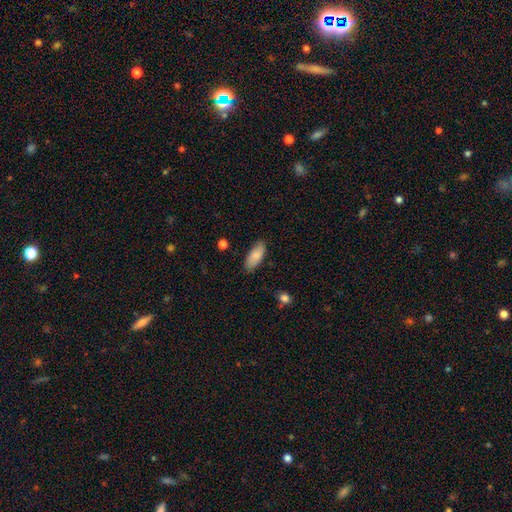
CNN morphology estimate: Smooth or featured?
  - smooth: 83% *
  - featured or disk: 11%
  - star or artifact: 6%
How rounded?
  - in between: 85% *
  - cigar-shaped: 13%
  - round: 2%
Merging?
  - none: 83% *
  - minor disturbance: 13%
  - major disturbance: 2%
  - merger: 1%